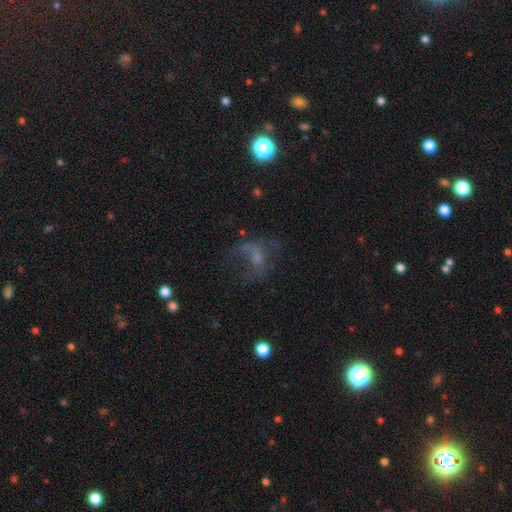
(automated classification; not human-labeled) A featured or disk galaxy (46%).

Vote fractions:
- Smooth or featured? featured or disk: 46% / smooth: 33% / star or artifact: 22%
- Merging? major disturbance: 46% / none: 33% / minor disturbance: 16% / merger: 5%